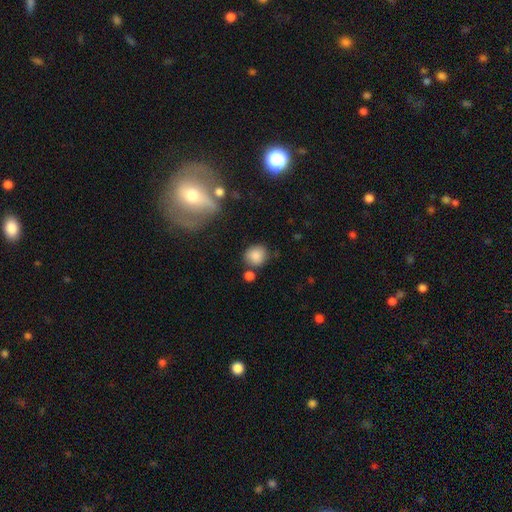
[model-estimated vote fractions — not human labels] Smooth or featured? Predicted: smooth (p=0.84). How rounded? Predicted: round (p=0.77). Merging? Predicted: none (p=0.71).